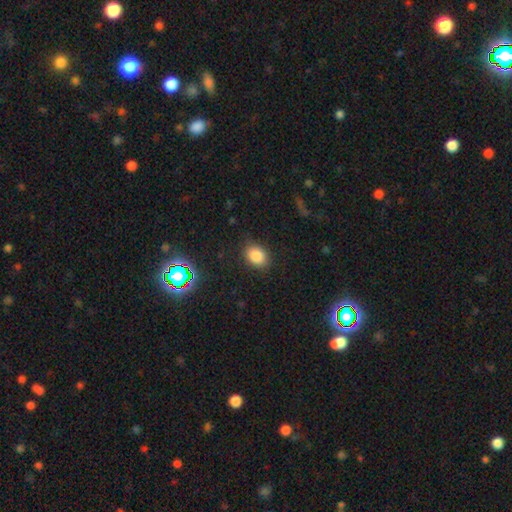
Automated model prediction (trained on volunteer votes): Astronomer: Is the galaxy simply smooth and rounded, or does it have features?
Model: smooth — 82%.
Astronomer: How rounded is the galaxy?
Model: in between — 67%.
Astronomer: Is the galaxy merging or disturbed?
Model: none — 84%.